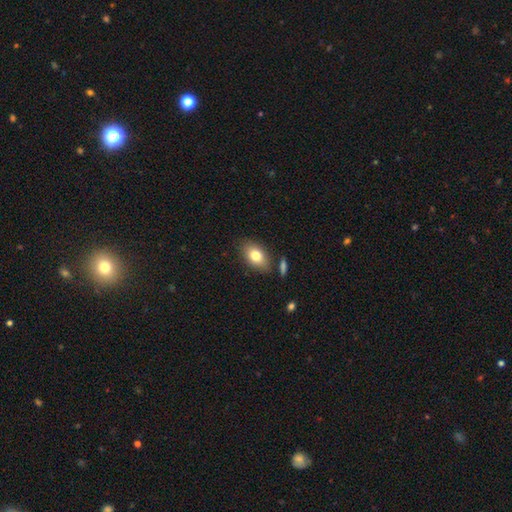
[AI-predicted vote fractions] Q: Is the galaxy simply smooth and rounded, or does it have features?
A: smooth — 79%.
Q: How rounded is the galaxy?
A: in between — 86%.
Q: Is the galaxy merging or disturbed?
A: none — 79%.